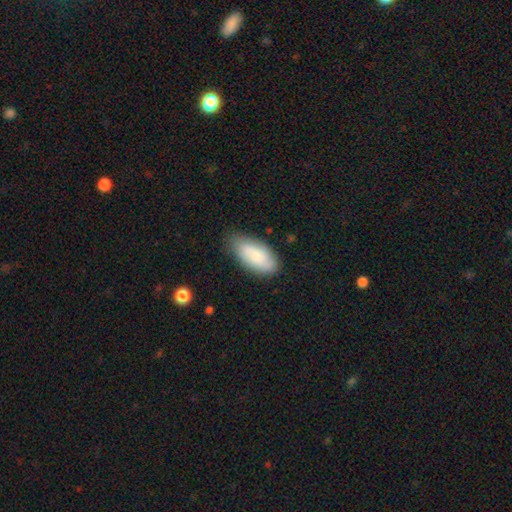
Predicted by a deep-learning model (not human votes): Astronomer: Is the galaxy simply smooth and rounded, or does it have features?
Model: smooth — 80%.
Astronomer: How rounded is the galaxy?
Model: in between — 91%.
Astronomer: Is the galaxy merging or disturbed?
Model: none — 75%.